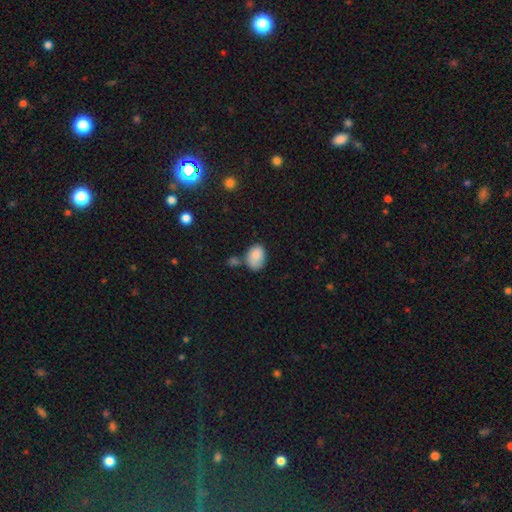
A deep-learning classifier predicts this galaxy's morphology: Smooth or featured: smooth — 86% (star or artifact — 8%)
How rounded: in between — 84% (round — 15%)
Merging: none — 47% (minor disturbance — 26%)